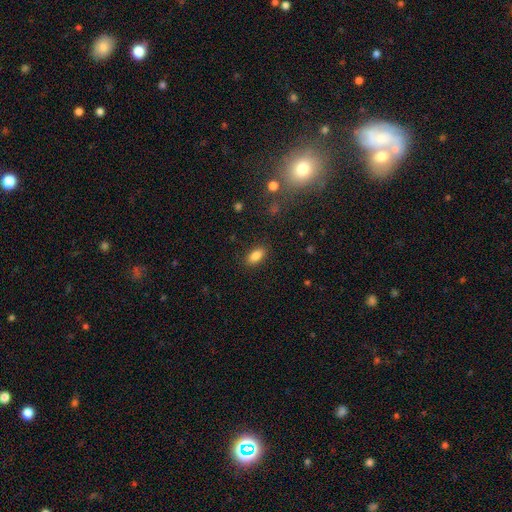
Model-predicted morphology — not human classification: A smooth galaxy with no disk features (86%) that is in between round and cigar-shaped (90%).

Vote fractions:
- Smooth or featured? smooth: 86% / star or artifact: 9% / featured or disk: 6%
- How rounded? in between: 90% / cigar-shaped: 6% / round: 5%
- Merging? none: 87% / minor disturbance: 9% / major disturbance: 3% / merger: 1%